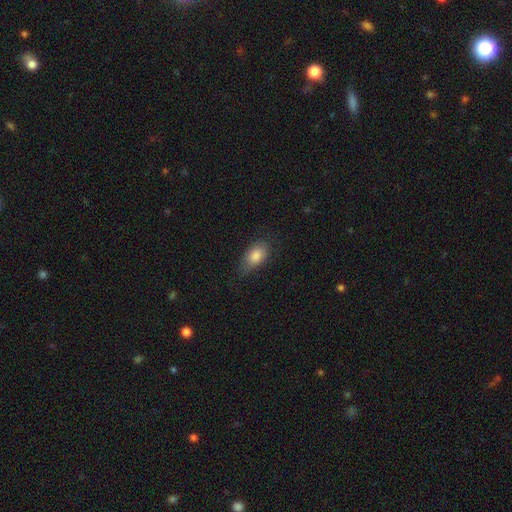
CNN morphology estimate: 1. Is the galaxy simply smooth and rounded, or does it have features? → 83% smooth, 10% featured or disk, 7% star or artifact.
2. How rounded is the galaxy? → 89% in between, 7% round, 4% cigar-shaped.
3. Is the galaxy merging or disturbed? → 65% none, 26% minor disturbance, 7% major disturbance, 1% merger.